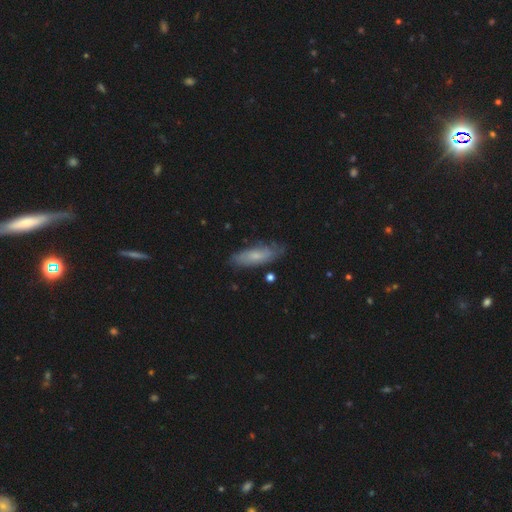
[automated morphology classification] Smooth or featured: smooth — 55% (featured or disk — 38%)
How rounded: in between — 56% (cigar-shaped — 42%)
Merging: none — 72% (minor disturbance — 21%)